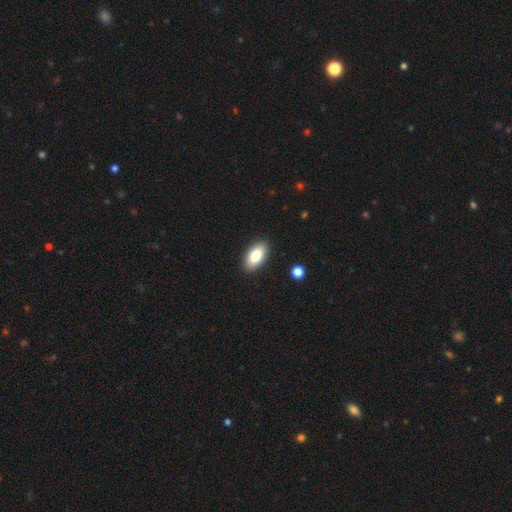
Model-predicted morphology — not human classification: This appears to be a smooth galaxy with no disk features (83%) that is in between round and cigar-shaped (93%). Merging: none (89%).